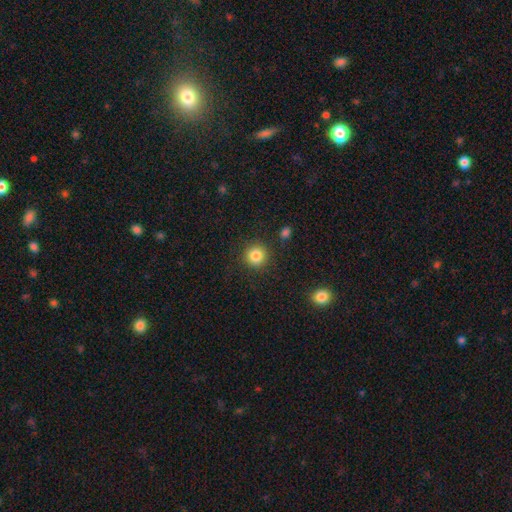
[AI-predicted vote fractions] Q: Smooth or featured?
A: smooth (85%); runner-up: star or artifact (10%)
Q: How rounded?
A: round (93%); runner-up: in between (6%)
Q: Merging?
A: none (89%); runner-up: minor disturbance (6%)